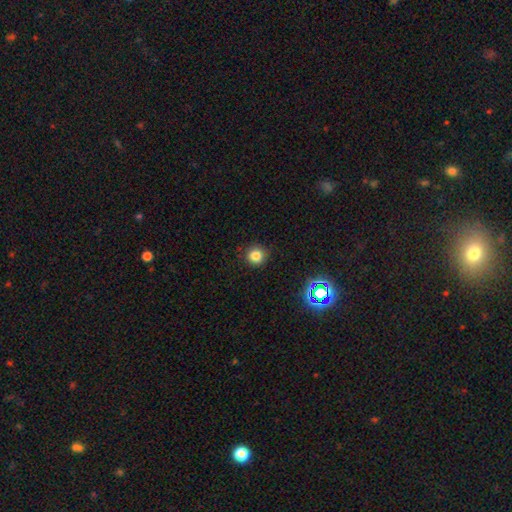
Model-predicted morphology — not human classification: Overall: smooth (80%). How rounded: round (92%). Merging: none (89%).